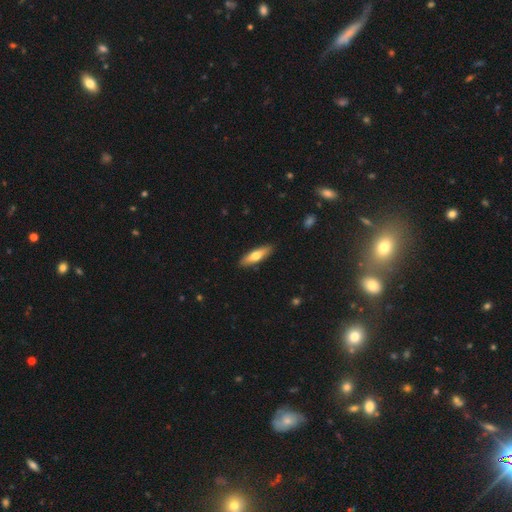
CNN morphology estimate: Smooth or featured? smooth (61%)
How rounded? cigar-shaped (61%)
Merging? none (90%)